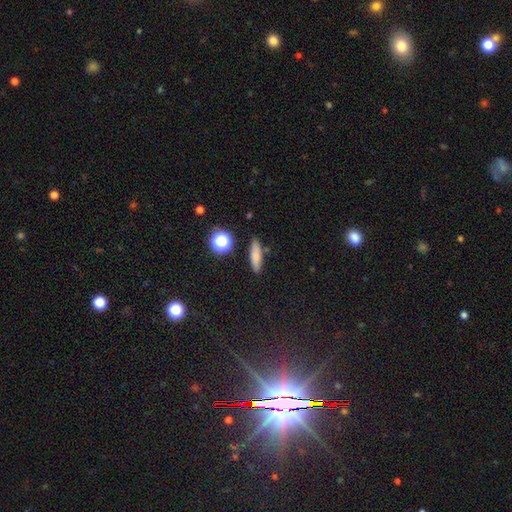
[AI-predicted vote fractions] Morphology: type=smooth (77%); roundness=cigar-shaped (60%); merging=none (84%).